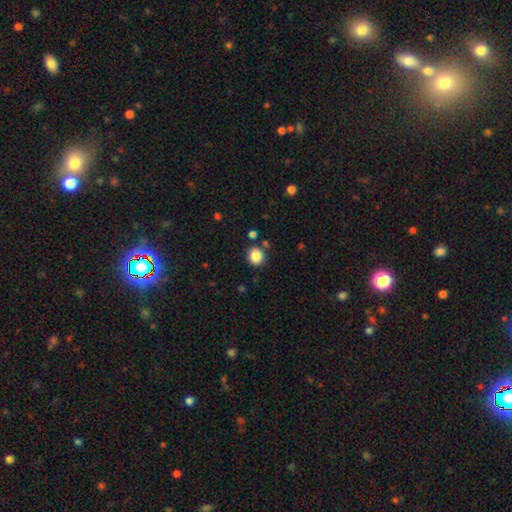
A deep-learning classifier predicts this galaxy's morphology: Overall: smooth (86%). How rounded: round (79%). Merging: none (83%).